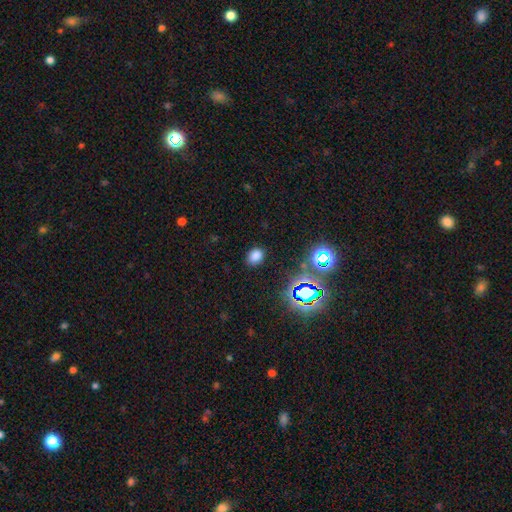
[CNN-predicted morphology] A smooth galaxy with no disk features (73%) that is in between round and cigar-shaped (62%). Merging: none (85%).